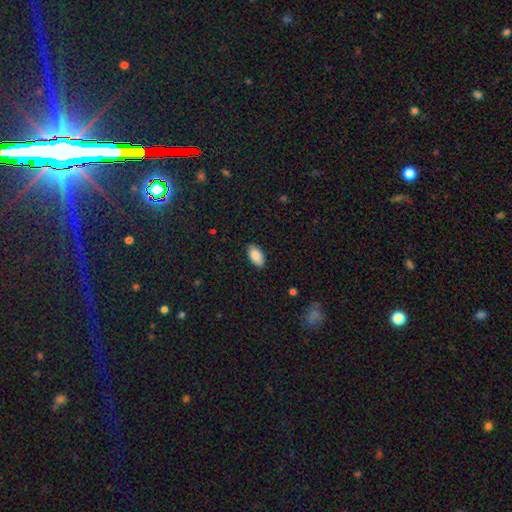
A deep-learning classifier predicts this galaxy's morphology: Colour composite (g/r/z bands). It shows a smooth galaxy with no disk features (87%) that is in between round and cigar-shaped (95%). Merging: none (87%).